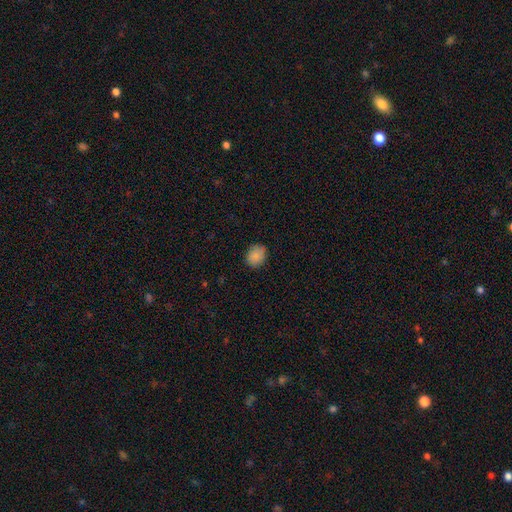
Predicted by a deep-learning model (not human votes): Overall: smooth (86%). How rounded: round (58%; in between 41%). Merging: none (85%).